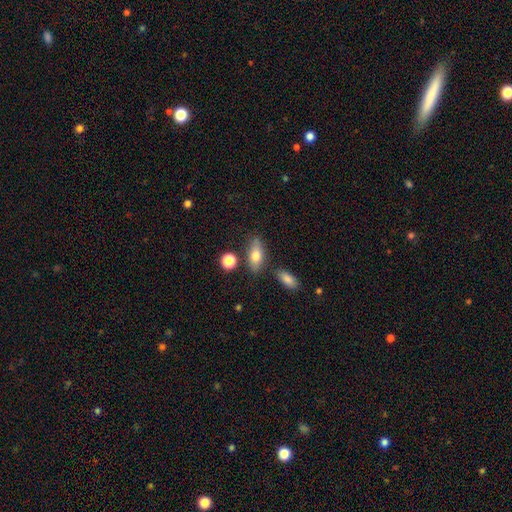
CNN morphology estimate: Overall: smooth (73%). How rounded: in between (77%). Merging: none (75%).